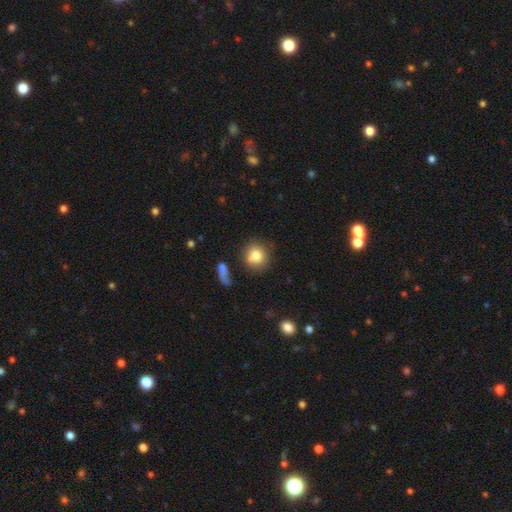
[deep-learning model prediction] This appears to be a smooth galaxy with no disk features (81%) that is round (87%). Merging: none (70%).